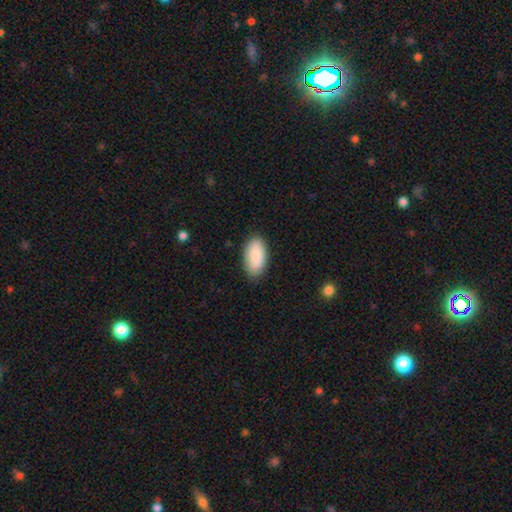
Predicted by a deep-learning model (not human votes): This is clearly a smooth galaxy (89%). How rounded: clearly in between (95%). Merging: clearly none (86%).